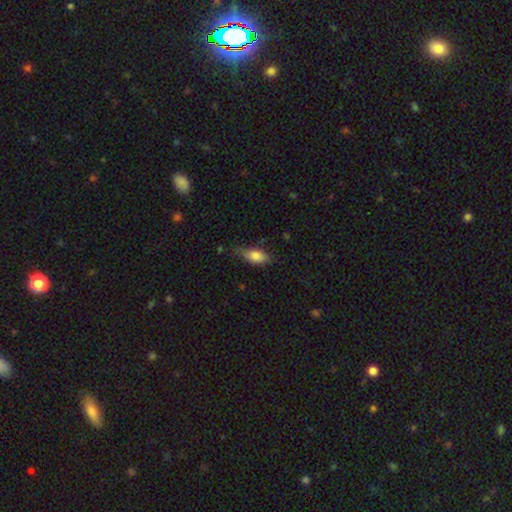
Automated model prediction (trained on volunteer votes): Smooth or featured? smooth (80%)
How rounded? in between (85%)
Merging? none (60%)